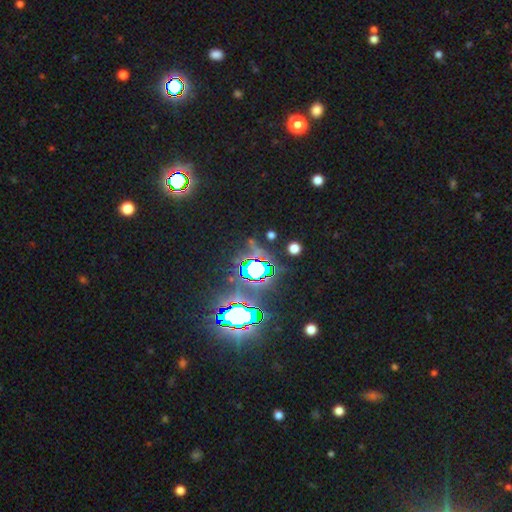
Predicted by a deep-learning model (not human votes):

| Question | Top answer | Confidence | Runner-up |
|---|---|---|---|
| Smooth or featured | star or artifact | 77% | smooth (14%) |